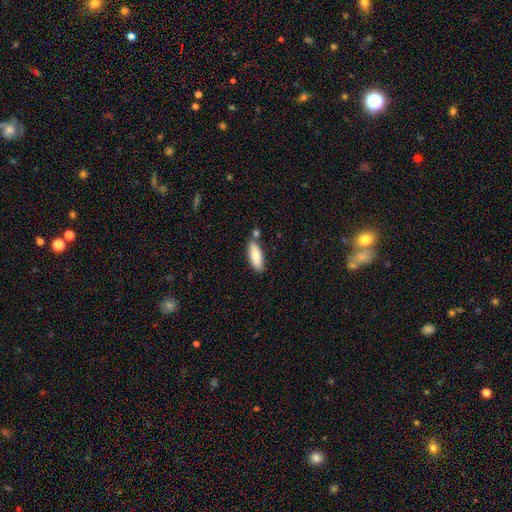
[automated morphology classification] Smooth or featured: smooth — 81% (featured or disk — 13%)
How rounded: in between — 64% (cigar-shaped — 35%)
Merging: none — 75% (minor disturbance — 13%)